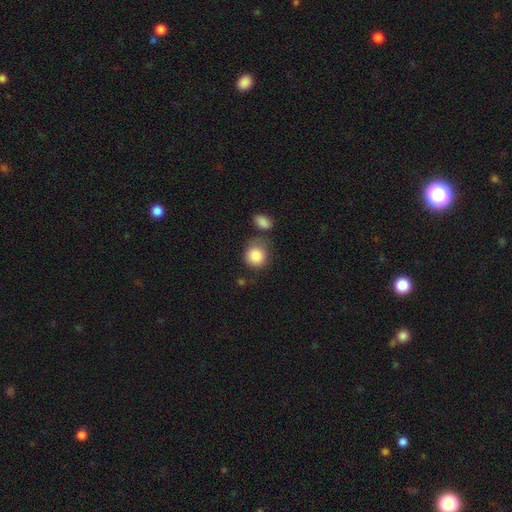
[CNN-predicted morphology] A smooth galaxy with no disk features (88%) that is round (83%). Merging: none (61%).